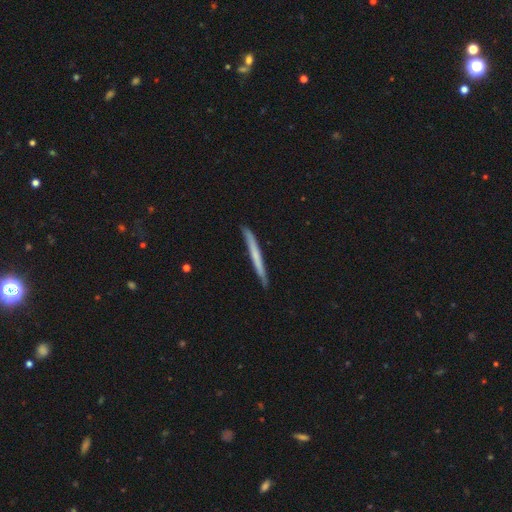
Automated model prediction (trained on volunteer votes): A smooth galaxy with no disk features (54%) that is cigar-shaped (97%).

Vote fractions:
- Smooth or featured? smooth: 54% / featured or disk: 41% / star or artifact: 6%
- How rounded? cigar-shaped: 97% / in between: 2% / round: 1%
- Merging? none: 88% / minor disturbance: 9% / major disturbance: 1% / merger: 1%